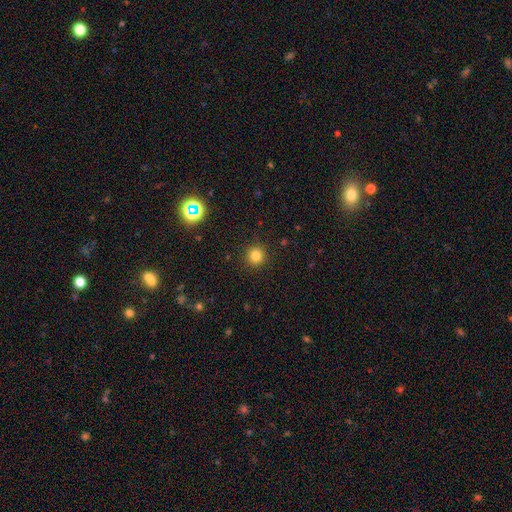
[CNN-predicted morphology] smooth-or-featured: smooth: 81% | star or artifact: 13% | featured or disk: 5%
  how-rounded: round: 94% | in between: 5% | cigar-shaped: 1%
  merging: none: 92% | minor disturbance: 5% | major disturbance: 2% | merger: 1%